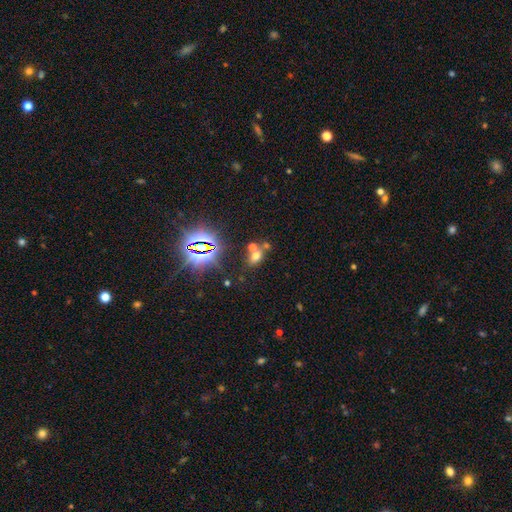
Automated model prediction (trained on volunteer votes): The model was most divided on "merging": none: 45%, merger: 40%, minor disturbance: 10%, major disturbance: 5%. More confident: how rounded — in between (70%); smooth or featured — smooth (54%).